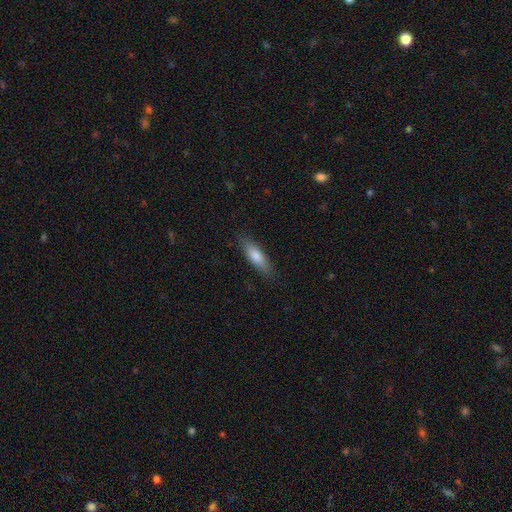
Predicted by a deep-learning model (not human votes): Overall: smooth (76%). How rounded: cigar-shaped (55%; in between 43%). Merging: none (85%).